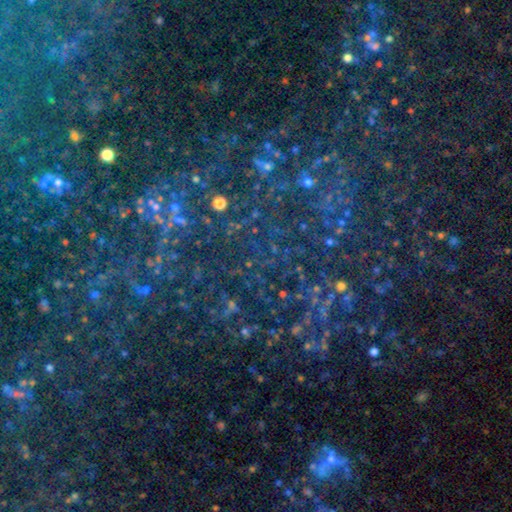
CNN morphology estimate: Smooth or featured? star or artifact (78%)